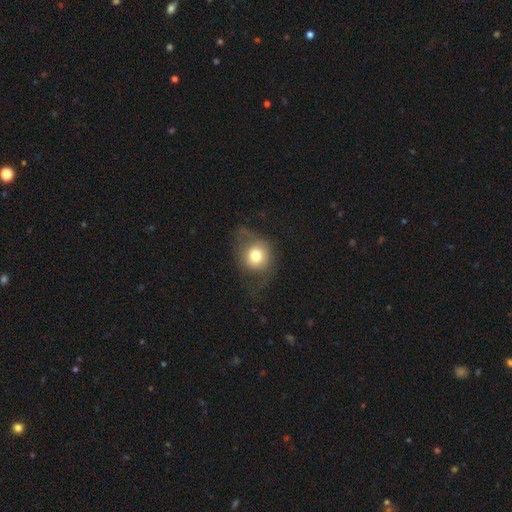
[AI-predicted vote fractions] smooth_or_featured: smooth (p=0.69) [alt: featured or disk p=0.21]
how_rounded: round (p=0.77) [alt: in between p=0.21]
merging: none (p=0.45) [alt: major disturbance p=0.28]